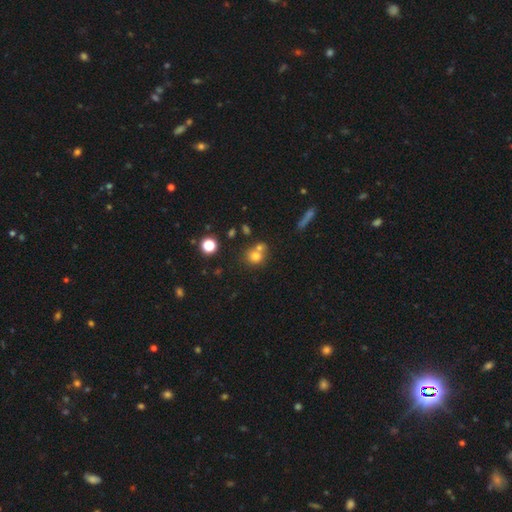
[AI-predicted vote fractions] Q: Smooth or featured?
A: smooth (73%); runner-up: star or artifact (15%)
Q: How rounded?
A: round (82%); runner-up: in between (17%)
Q: Merging?
A: none (46%); runner-up: merger (42%)